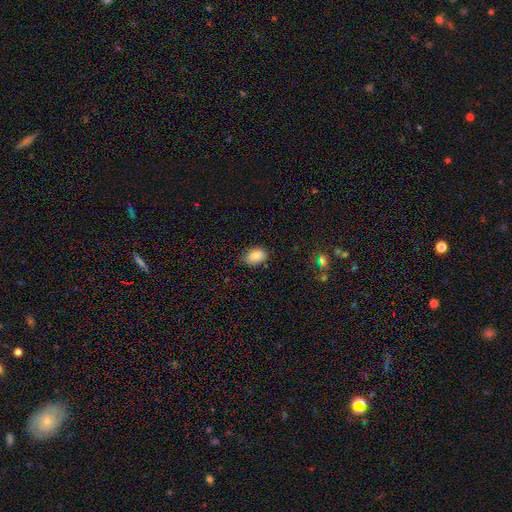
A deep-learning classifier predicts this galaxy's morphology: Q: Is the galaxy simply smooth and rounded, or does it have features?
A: smooth — 86%.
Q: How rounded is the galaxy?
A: in between — 82%.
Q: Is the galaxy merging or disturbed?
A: none — 71%.